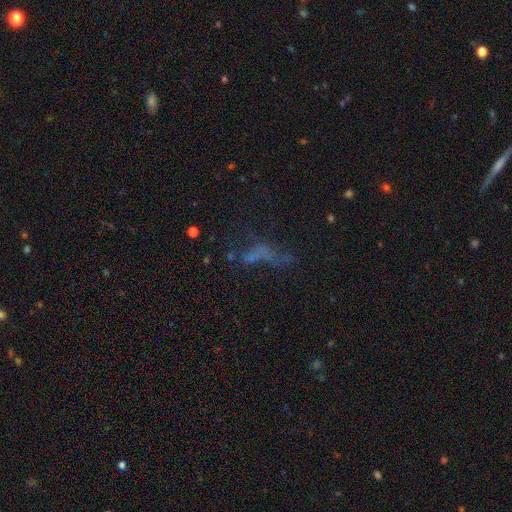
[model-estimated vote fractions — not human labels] Smooth or featured?
  - smooth: 36% *
  - featured or disk: 33%
  - star or artifact: 31%
Merging?
  - none: 39% *
  - major disturbance: 33%
  - minor disturbance: 16%
  - merger: 12%